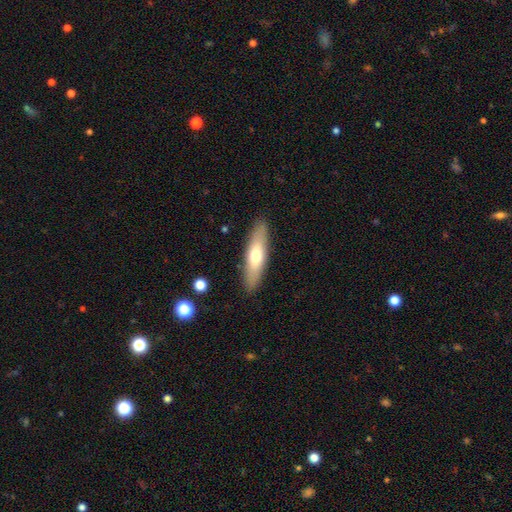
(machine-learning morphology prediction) type=smooth (61%); roundness=cigar-shaped (71%); merging=none (89%).